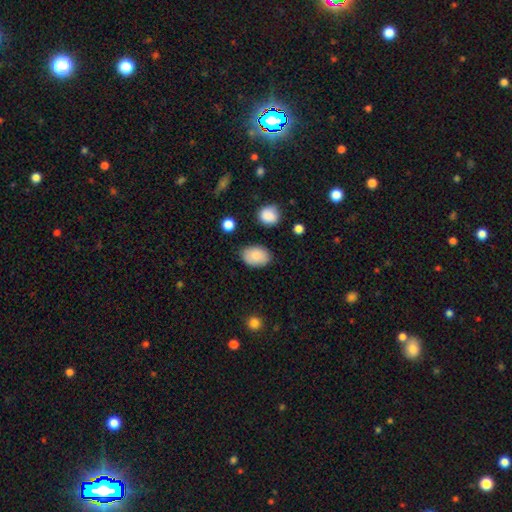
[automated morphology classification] A smooth galaxy with no disk features (87%) that is in between round and cigar-shaped (85%). Merging: none (83%).